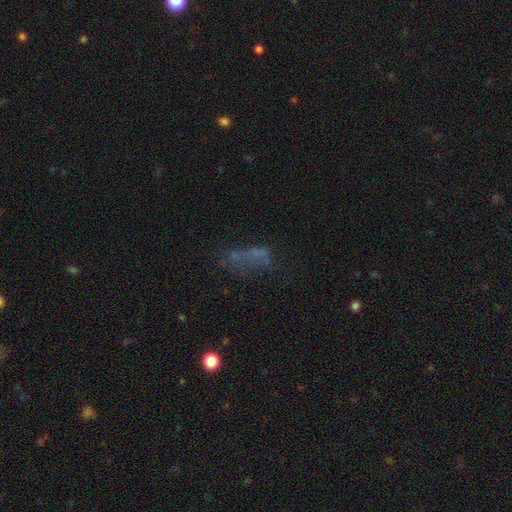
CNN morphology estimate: This appears to be a smooth galaxy with no disk features (42%). Merging: none (43%).